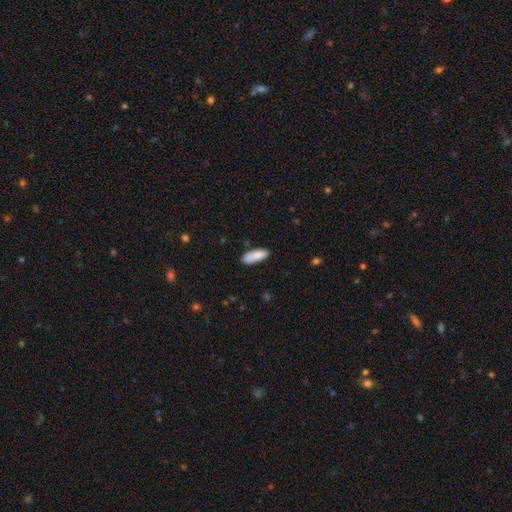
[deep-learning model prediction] Smooth or featured?
  - smooth: 86% *
  - featured or disk: 7%
  - star or artifact: 6%
How rounded?
  - in between: 67% *
  - cigar-shaped: 31%
  - round: 2%
Merging?
  - none: 79% *
  - minor disturbance: 16%
  - major disturbance: 3%
  - merger: 2%